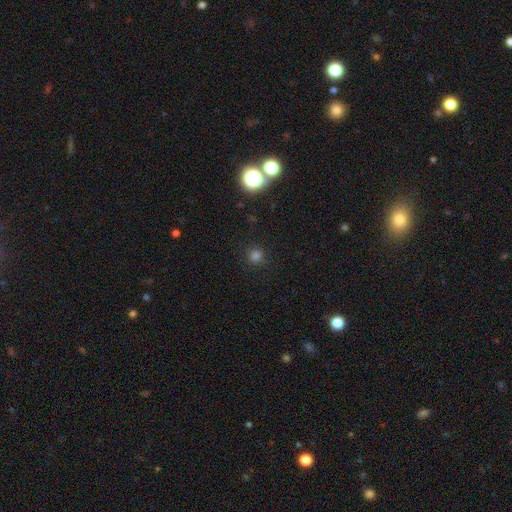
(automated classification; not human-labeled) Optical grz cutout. It shows a smooth galaxy with no disk features (73%) that is round (92%). Merging: none (89%).